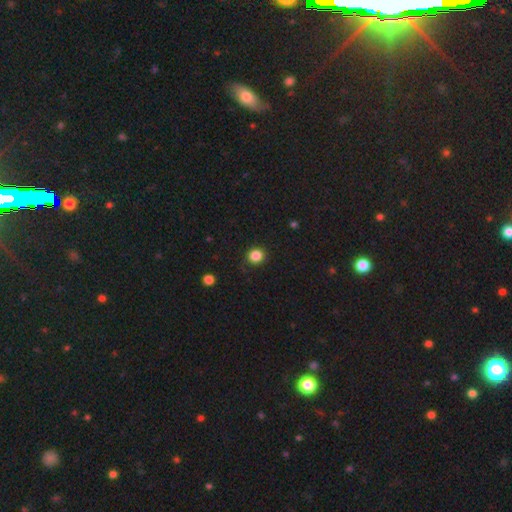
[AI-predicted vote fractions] Smooth or featured: smooth — 85% (star or artifact — 11%)
How rounded: round — 87% (in between — 12%)
Merging: none — 89% (minor disturbance — 7%)